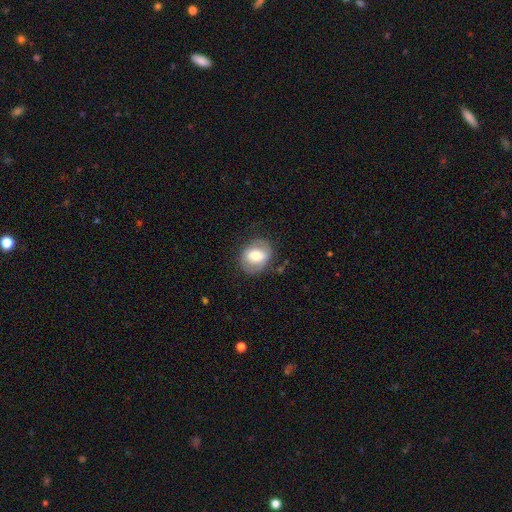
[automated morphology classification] The model was most divided on "how rounded": round: 57%, in between: 42%, cigar-shaped: 1%. More confident: merging — none (74%); smooth or featured — smooth (58%).